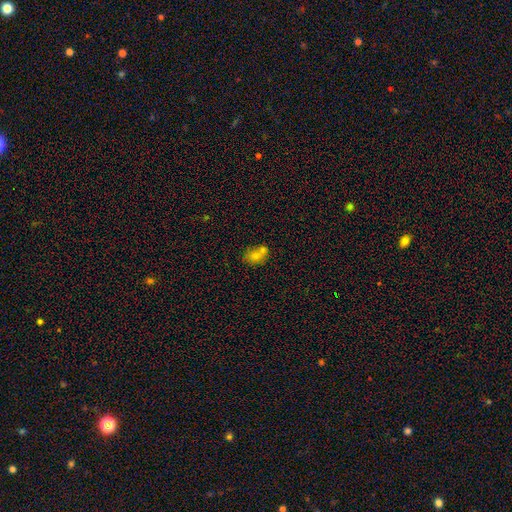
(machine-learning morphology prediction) smooth_or_featured: smooth (p=0.69) [alt: featured or disk p=0.18]
how_rounded: round (p=0.50) [alt: in between p=0.48]
merging: merger (p=0.50) [alt: none p=0.36]